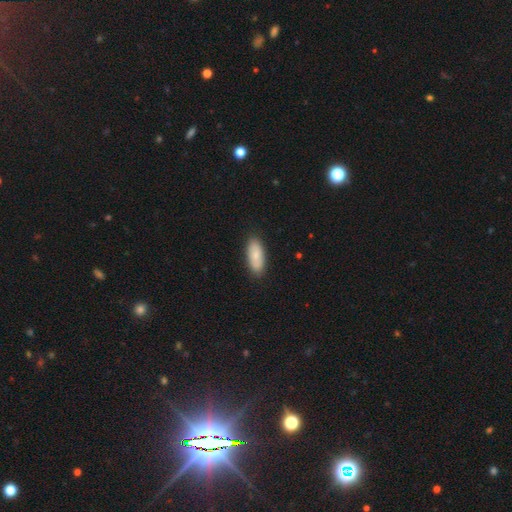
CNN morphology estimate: This is clearly a smooth galaxy (81%). How rounded: clearly in between (86%). Merging: clearly none (87%).